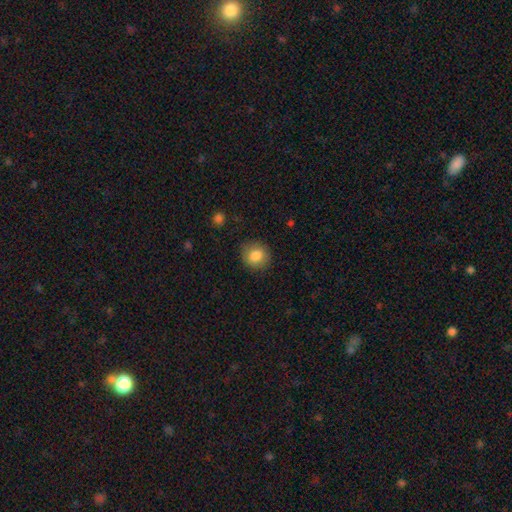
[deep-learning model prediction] Smooth or featured?
  - smooth: 83% *
  - star or artifact: 9%
  - featured or disk: 8%
How rounded?
  - round: 85% *
  - in between: 14%
  - cigar-shaped: 1%
Merging?
  - none: 86% *
  - minor disturbance: 10%
  - major disturbance: 3%
  - merger: 1%